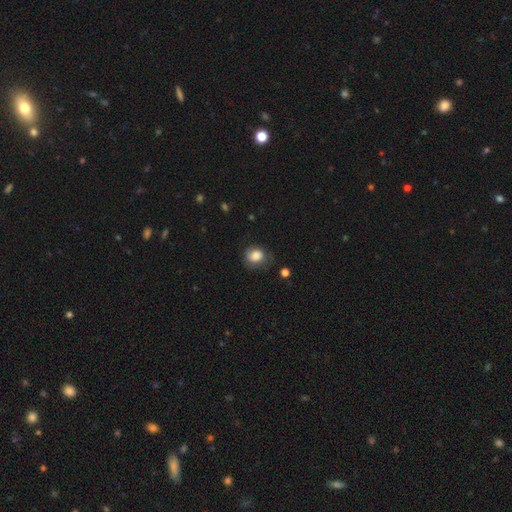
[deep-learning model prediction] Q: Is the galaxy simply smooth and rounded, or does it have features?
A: smooth — 77%.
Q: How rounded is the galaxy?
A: round — 66%.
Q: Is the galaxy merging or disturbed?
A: none — 58%.